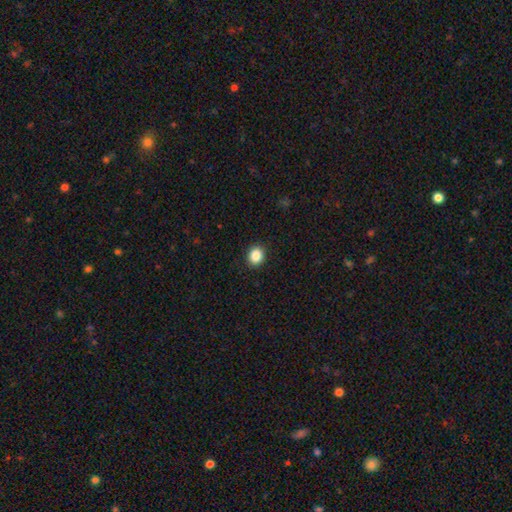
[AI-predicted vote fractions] Morphology: type=smooth (87%); roundness=round (65%); merging=none (91%).